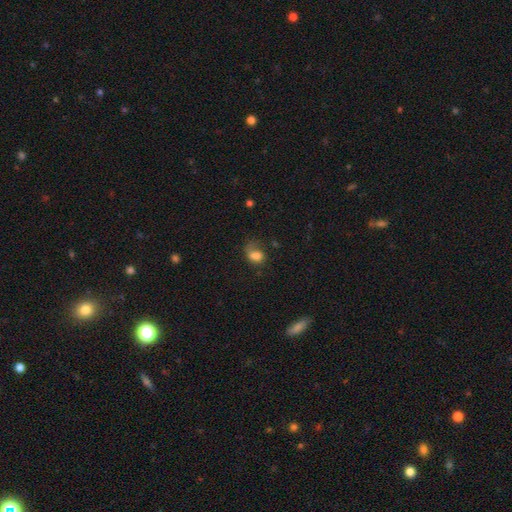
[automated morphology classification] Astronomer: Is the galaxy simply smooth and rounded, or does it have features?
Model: smooth — 71%.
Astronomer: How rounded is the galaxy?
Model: in between — 65%.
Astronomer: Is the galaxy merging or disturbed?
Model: major disturbance — 37% (runner-up: none, 31%).